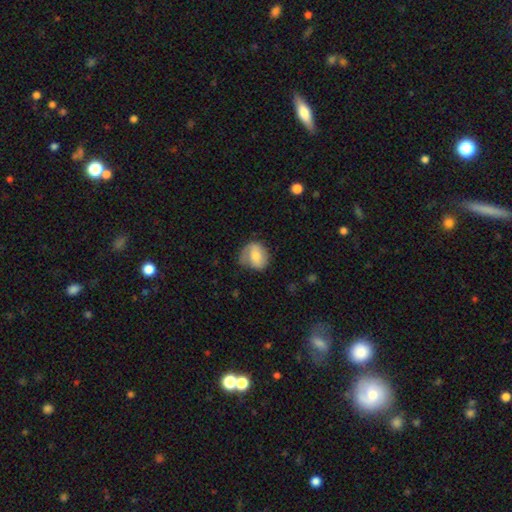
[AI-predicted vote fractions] smooth-or-featured: smooth: 61% | featured or disk: 32% | star or artifact: 7%
  how-rounded: round: 63% | in between: 36% | cigar-shaped: 1%
  merging: none: 58% | minor disturbance: 29% | major disturbance: 12% | merger: 2%